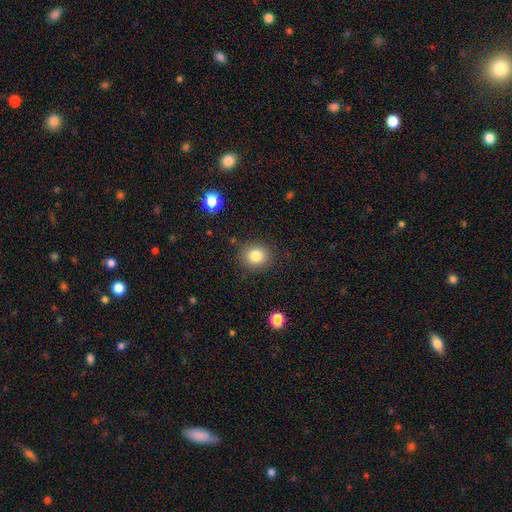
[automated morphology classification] Q: Smooth or featured?
A: smooth (82%); runner-up: star or artifact (11%)
Q: How rounded?
A: round (83%); runner-up: in between (16%)
Q: Merging?
A: none (87%); runner-up: minor disturbance (9%)